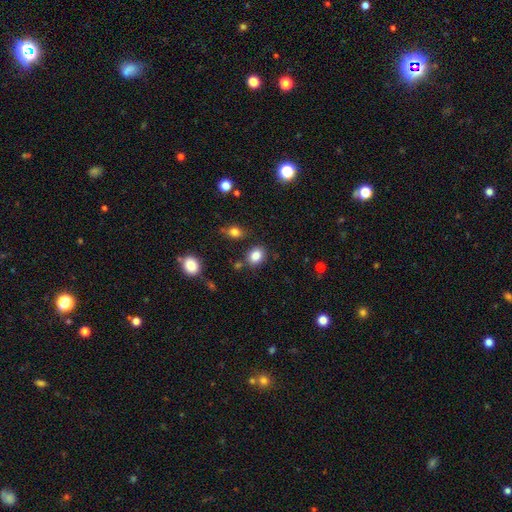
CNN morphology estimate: Overall: smooth (85%). How rounded: in between (56%; round 43%). Merging: none (81%).